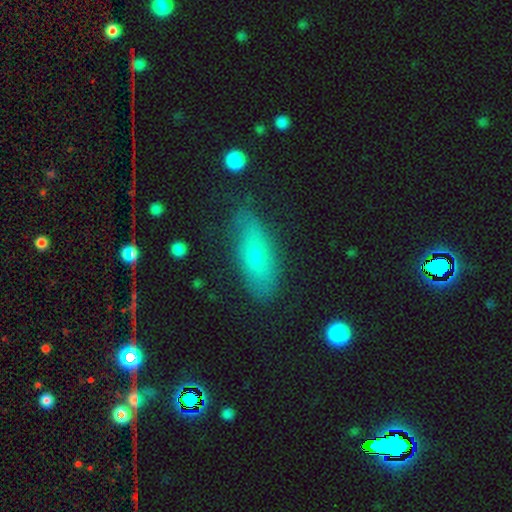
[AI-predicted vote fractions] Smooth or featured? Predicted: smooth (p=0.64). How rounded? Predicted: in between (p=0.70). Merging? Predicted: none (p=0.77).